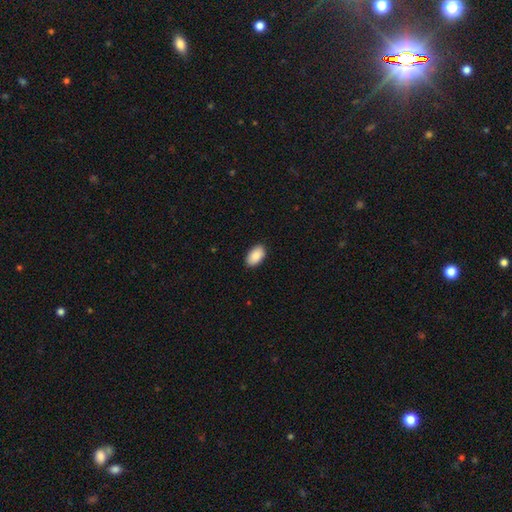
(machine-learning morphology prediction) This appears to be a smooth galaxy with no disk features (89%) that is in between round and cigar-shaped (94%). Merging: none (89%).